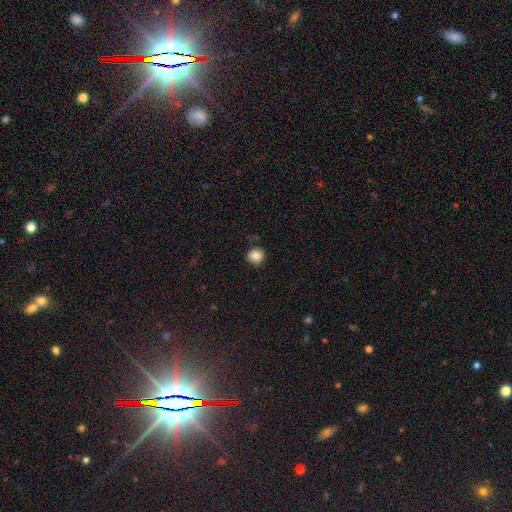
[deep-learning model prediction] Smooth or featured: smooth — 86% (star or artifact — 10%)
How rounded: round — 90% (in between — 9%)
Merging: none — 86% (minor disturbance — 10%)